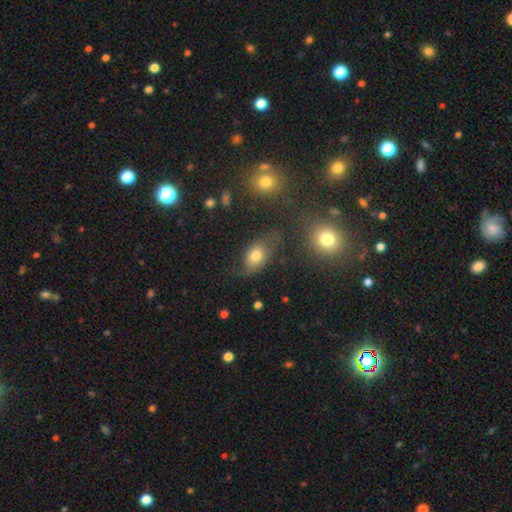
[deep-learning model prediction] Morphology: type=smooth (72%); roundness=in between (80%); merging=none (50%).